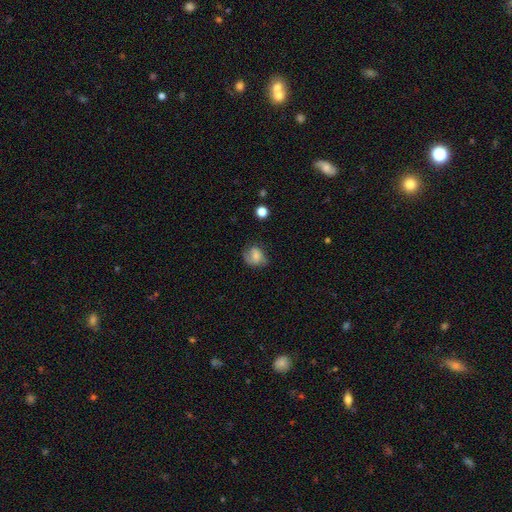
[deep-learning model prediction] Morphology: type=smooth (67%); roundness=round (56%); merging=none (56%).